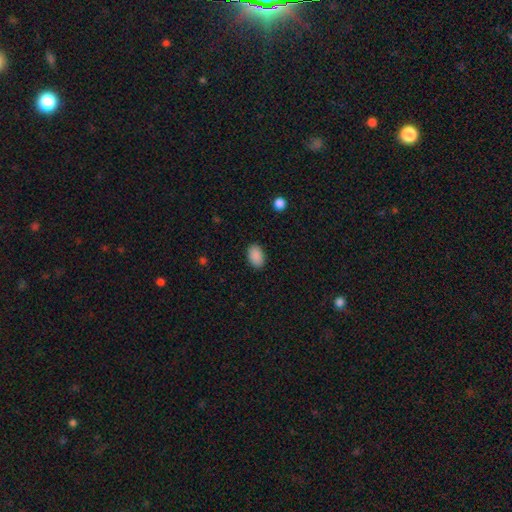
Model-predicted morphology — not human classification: smooth 89%, star or artifact 8%, featured or disk 3%. Down the decision tree: how rounded — in between (89%); merging — none (88%).